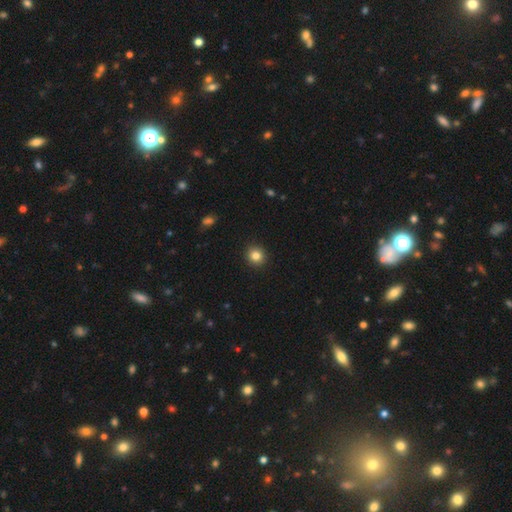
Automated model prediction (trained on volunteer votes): A smooth galaxy with no disk features (83%) that is round (90%). Merging: none (92%).